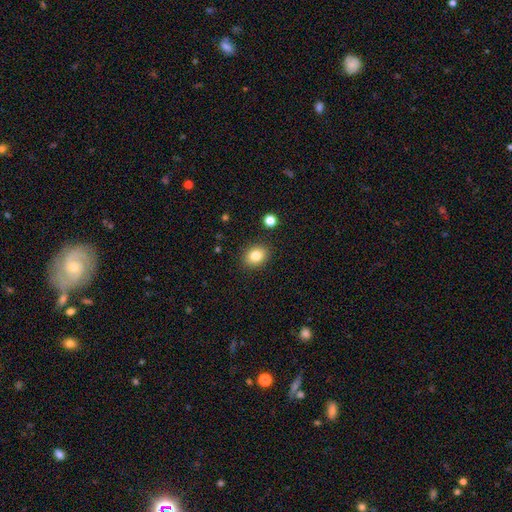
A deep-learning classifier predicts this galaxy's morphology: Smooth or featured? Predicted: smooth (p=0.82). How rounded? Predicted: in between (p=0.52). Merging? Predicted: none (p=0.88).